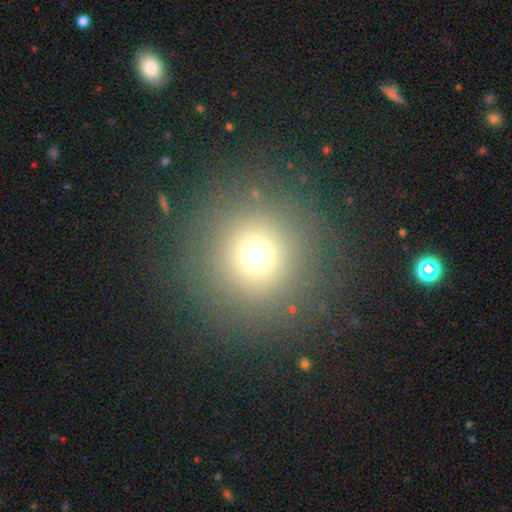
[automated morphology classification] smooth 68%, star or artifact 23%, featured or disk 9%. Down the decision tree: how rounded — round (95%); merging — none (88%).